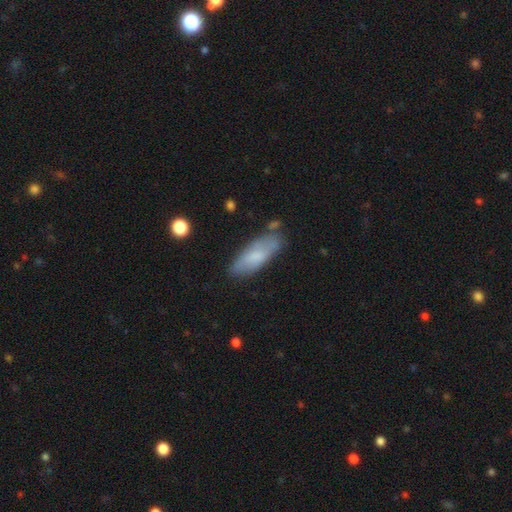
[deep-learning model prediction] The model was most divided on "how rounded": in between: 61%, cigar-shaped: 37%, round: 2%. More confident: smooth or featured — smooth (71%); merging — none (70%).